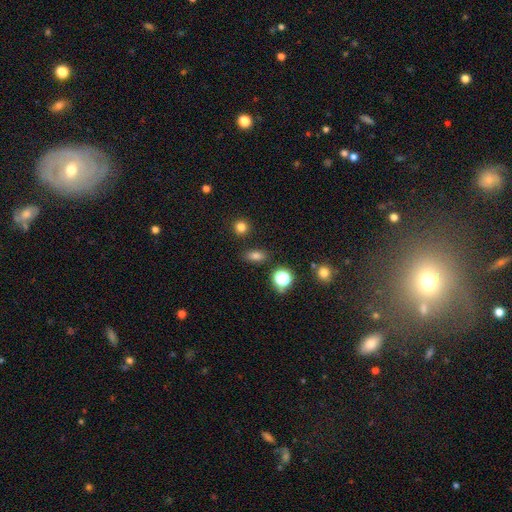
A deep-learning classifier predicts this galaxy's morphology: smooth_or_featured: smooth (p=0.77) [alt: star or artifact p=0.17]
how_rounded: in between (p=0.73) [alt: round p=0.20]
merging: none (p=0.86) [alt: minor disturbance p=0.09]